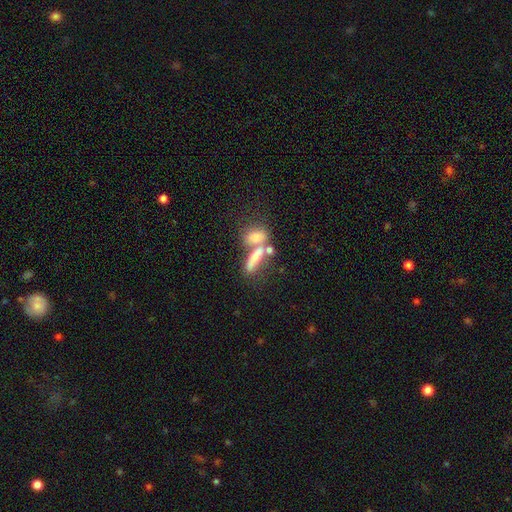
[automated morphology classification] smooth 60%, featured or disk 28%, star or artifact 12%. Down the decision tree: how rounded — in between (51%); merging — merger (57%).